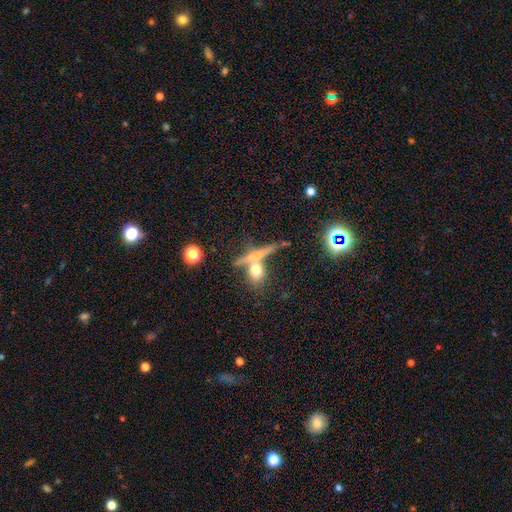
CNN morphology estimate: type=smooth (51%); roundness=cigar-shaped (57%); merging=none (54%).